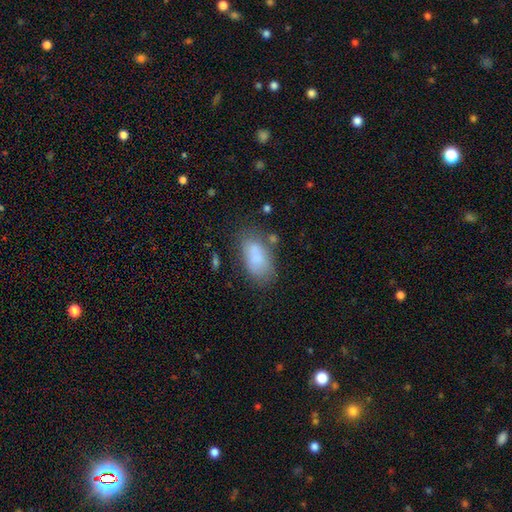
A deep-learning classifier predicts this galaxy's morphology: smooth 80%, featured or disk 11%, star or artifact 9%. Down the decision tree: how rounded — in between (92%); merging — none (63%).